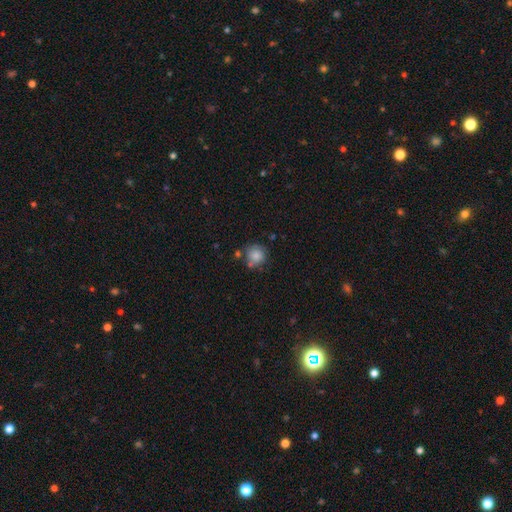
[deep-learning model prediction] smooth 83%, star or artifact 9%, featured or disk 7%. Down the decision tree: how rounded — round (91%); merging — none (69%).